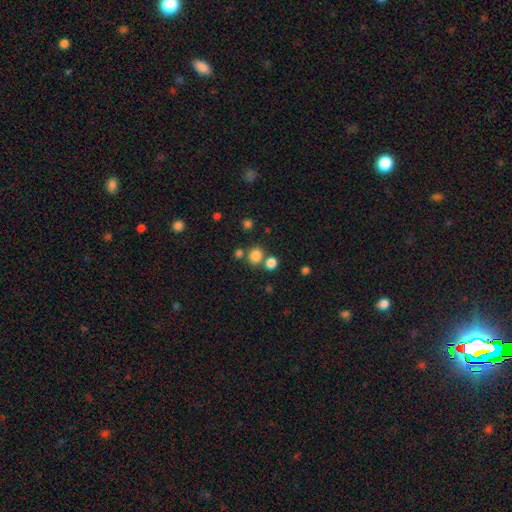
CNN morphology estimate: A smooth galaxy with no disk features (81%) that is round (78%). Merging: none (67%).